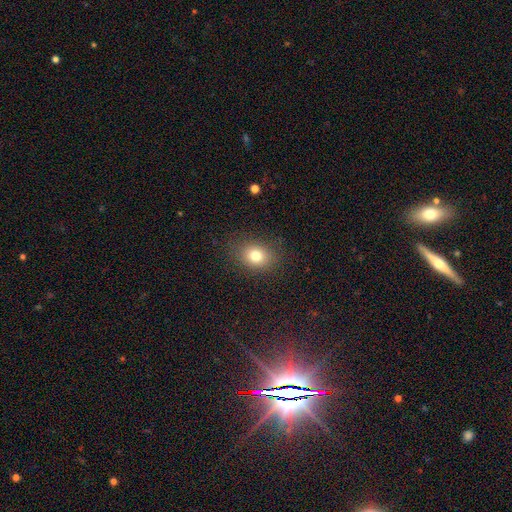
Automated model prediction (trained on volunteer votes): Smooth or featured? smooth (78%)
How rounded? in between (52%)
Merging? none (85%)